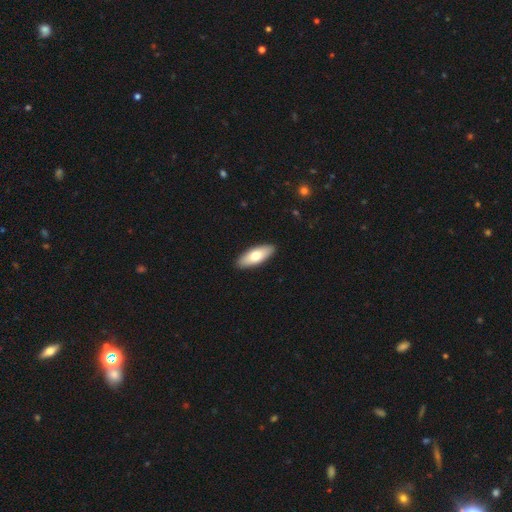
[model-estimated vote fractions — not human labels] smooth_or_featured: smooth (p=0.70) [alt: featured or disk p=0.25]
how_rounded: in between (p=0.73) [alt: cigar-shaped p=0.25]
merging: none (p=0.91) [alt: minor disturbance p=0.07]